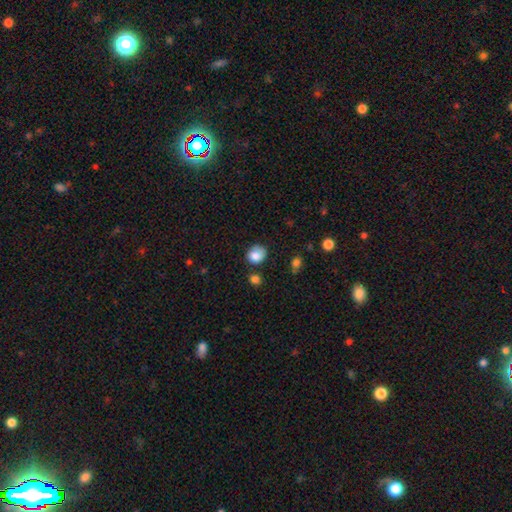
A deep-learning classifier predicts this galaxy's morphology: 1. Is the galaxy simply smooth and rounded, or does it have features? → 84% smooth, 9% star or artifact, 7% featured or disk.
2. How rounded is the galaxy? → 66% round, 33% in between, 1% cigar-shaped.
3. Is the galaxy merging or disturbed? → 61% none, 26% minor disturbance, 7% major disturbance, 6% merger.